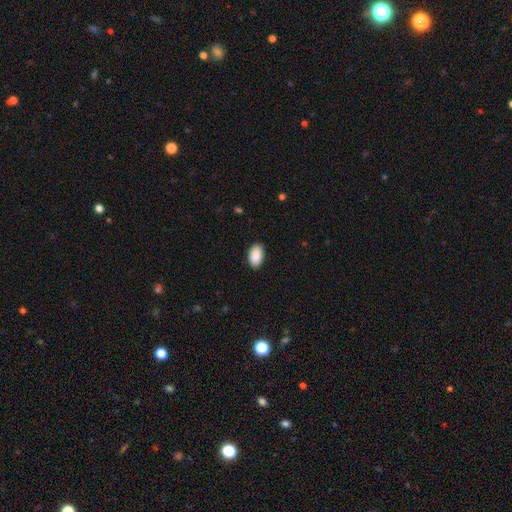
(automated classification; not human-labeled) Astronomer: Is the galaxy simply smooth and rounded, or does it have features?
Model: smooth — 90%.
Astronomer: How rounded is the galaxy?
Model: in between — 95%.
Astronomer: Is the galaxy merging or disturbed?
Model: none — 87%.